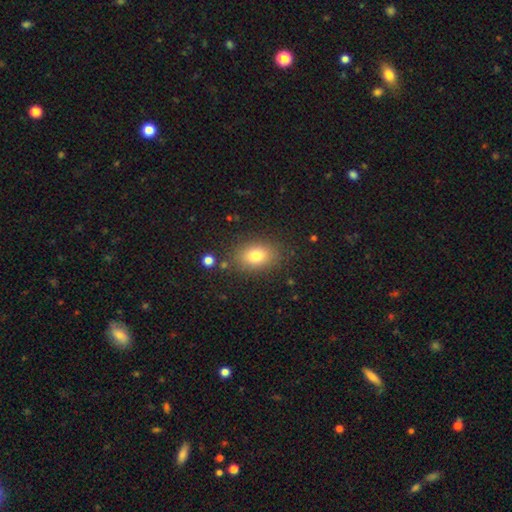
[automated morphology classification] Smooth or featured: smooth — 79% (star or artifact — 11%)
How rounded: in between — 79% (round — 19%)
Merging: none — 83% (minor disturbance — 11%)